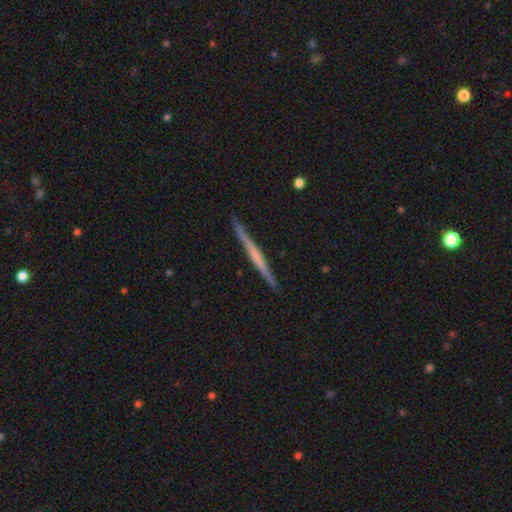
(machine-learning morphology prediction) A featured or disk galaxy (66%) viewed edge-on (98%) with no central bulge (62%).

Vote fractions:
- Smooth or featured? featured or disk: 66% / smooth: 29% / star or artifact: 5%
- Edge-on disk? yes: 98% / no: 2%
- Edge-on bulge? none: 62% / rounded: 24% / boxy: 14%
- Merging? none: 91% / minor disturbance: 6% / major disturbance: 1% / merger: 1%